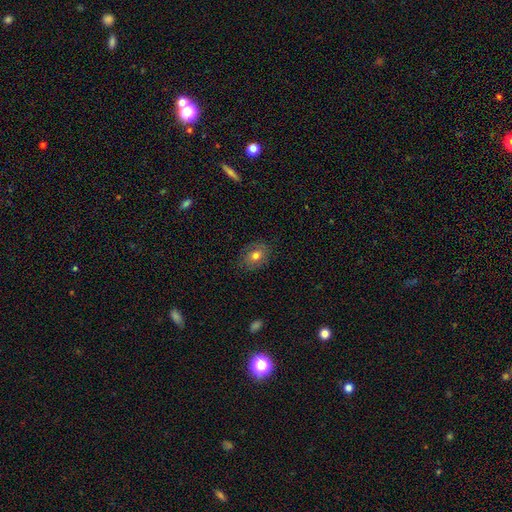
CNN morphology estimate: A smooth galaxy with no disk features (68%) that is in between round and cigar-shaped (62%). Merging: none (81%).